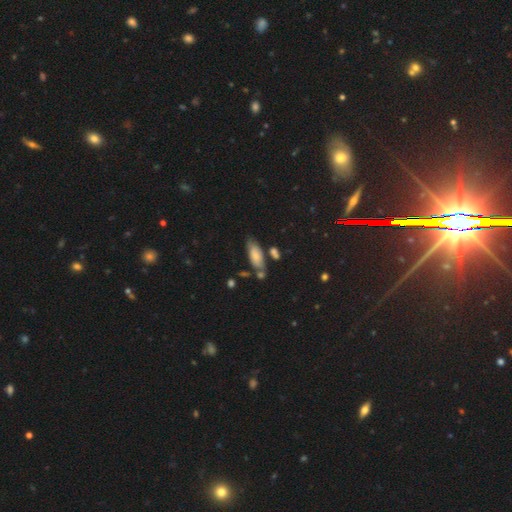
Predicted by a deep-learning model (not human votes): A smooth galaxy with no disk features (74%) that is in between round and cigar-shaped (77%).

Vote fractions:
- Smooth or featured? smooth: 74% / featured or disk: 19% / star or artifact: 7%
- How rounded? in between: 77% / cigar-shaped: 21% / round: 2%
- Merging? none: 59% / minor disturbance: 22% / merger: 13% / major disturbance: 6%